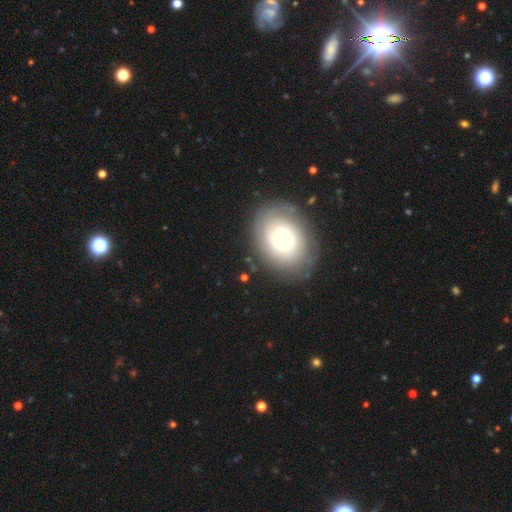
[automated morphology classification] The model was most divided on "smooth or featured": smooth: 48%, featured or disk: 37%, star or artifact: 15%. More confident: merging — none (81%).